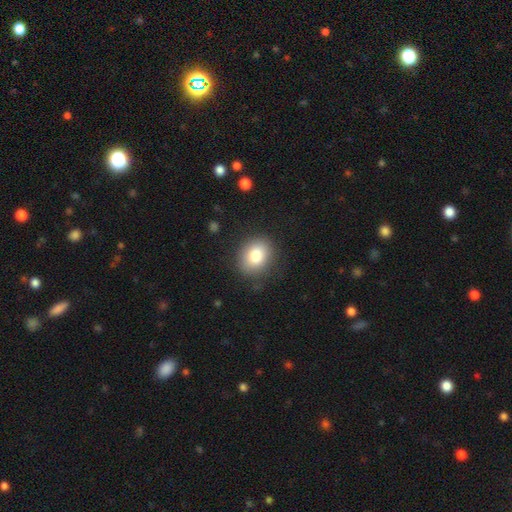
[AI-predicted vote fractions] This is clearly a smooth galaxy (82%). How rounded: possibly round (57%). Merging: clearly none (85%).